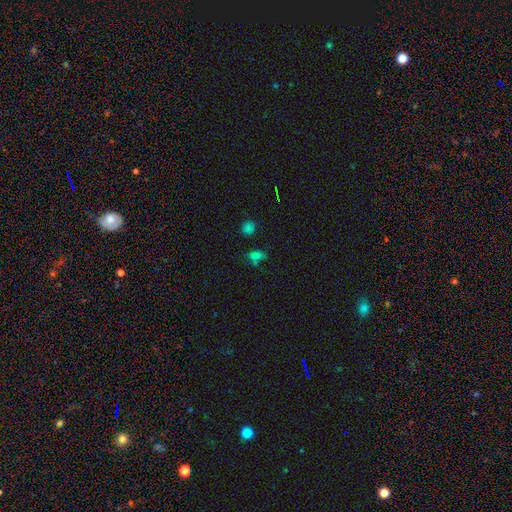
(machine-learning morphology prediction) This is possibly a smooth galaxy (57%). How rounded: likely in between (69%). Merging: possibly none (56%).